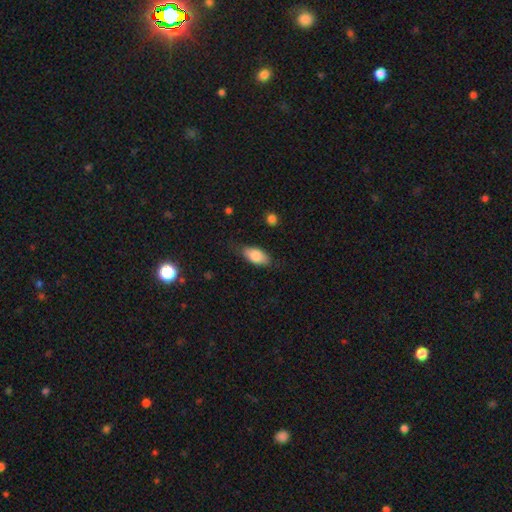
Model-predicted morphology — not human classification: This is clearly a smooth galaxy (83%). How rounded: clearly in between (89%). Merging: likely none (73%).